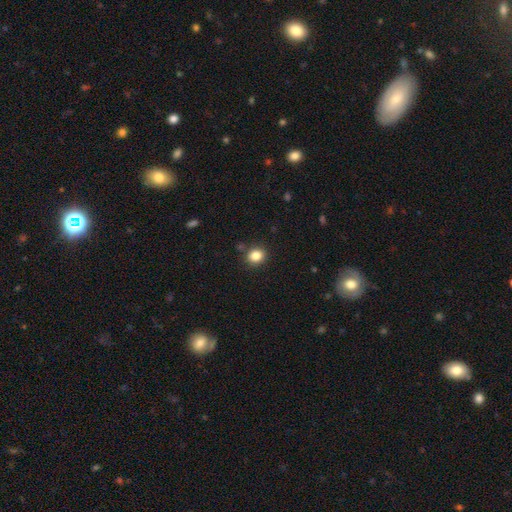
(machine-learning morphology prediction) Smooth or featured? Predicted: smooth (p=0.85). How rounded? Predicted: round (p=0.65). Merging? Predicted: none (p=0.86).